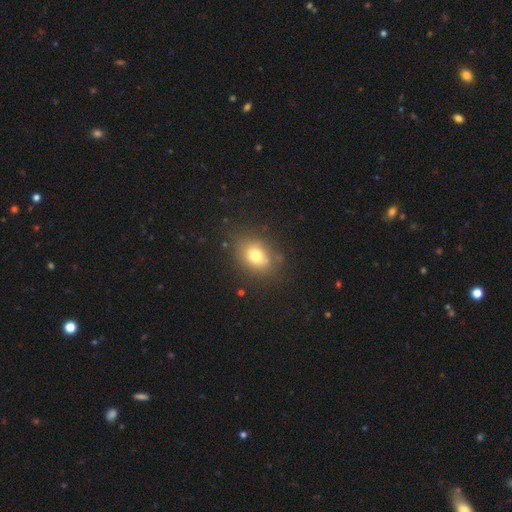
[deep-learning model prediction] smooth-or-featured: smooth: 73% | featured or disk: 14% | star or artifact: 13%
  how-rounded: in between: 58% | round: 41% | cigar-shaped: 1%
  merging: none: 76% | minor disturbance: 15% | major disturbance: 6% | merger: 3%